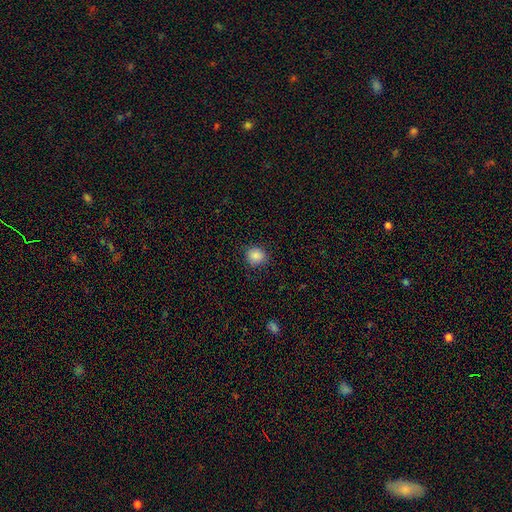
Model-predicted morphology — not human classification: Smooth or featured? smooth (86%)
How rounded? round (86%)
Merging? none (88%)